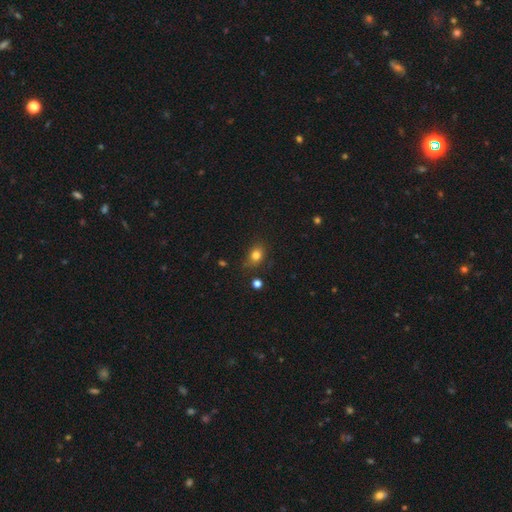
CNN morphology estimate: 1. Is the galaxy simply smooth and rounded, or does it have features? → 81% smooth, 12% star or artifact, 7% featured or disk.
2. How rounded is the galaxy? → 59% in between, 40% round, 1% cigar-shaped.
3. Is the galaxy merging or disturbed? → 75% none, 18% minor disturbance, 4% major disturbance, 3% merger.